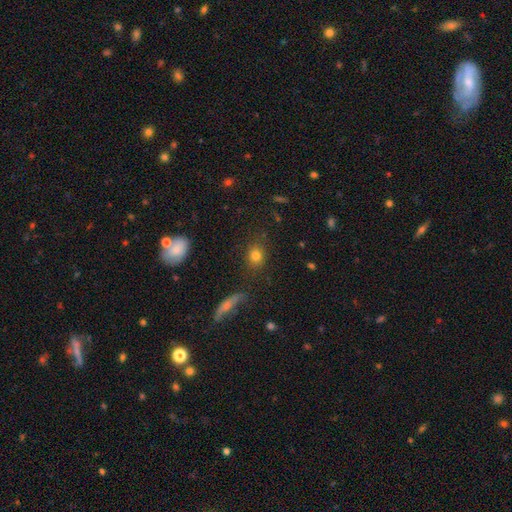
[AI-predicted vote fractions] The model was most divided on "how rounded": round: 65%, in between: 33%, cigar-shaped: 3%. More confident: merging — none (83%); smooth or featured — smooth (79%).